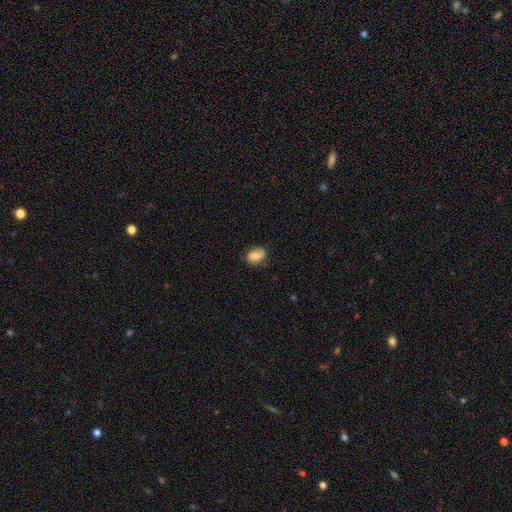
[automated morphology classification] A smooth galaxy with no disk features (64%) that is in between round and cigar-shaped (73%).

Vote fractions:
- Smooth or featured? smooth: 64% / featured or disk: 27% / star or artifact: 9%
- How rounded? in between: 73% / round: 25% / cigar-shaped: 2%
- Merging? none: 72% / minor disturbance: 21% / major disturbance: 5% / merger: 1%